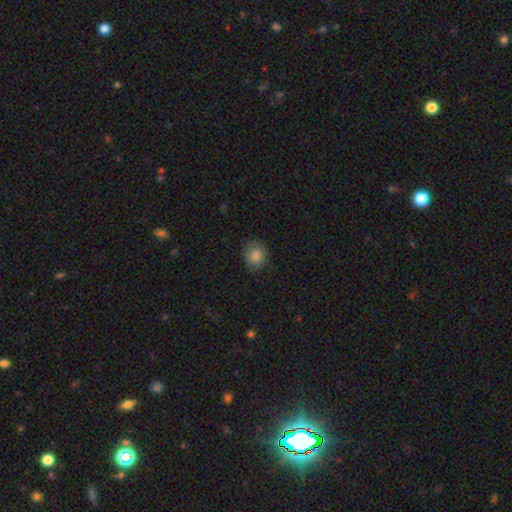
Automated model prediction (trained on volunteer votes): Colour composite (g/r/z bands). It shows a smooth galaxy with no disk features (84%) that is round (73%). Merging: none (81%).